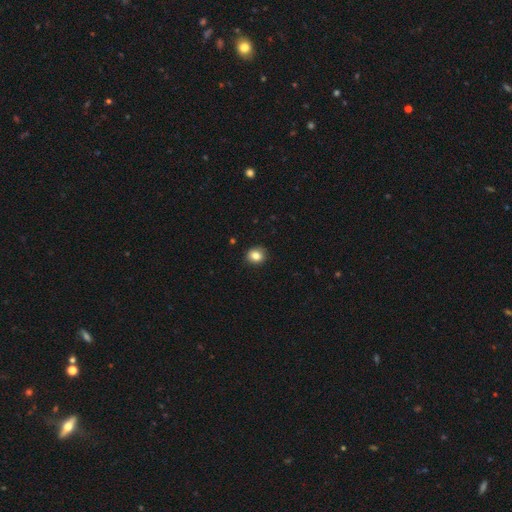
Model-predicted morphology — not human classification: smooth-or-featured: smooth: 84% | star or artifact: 10% | featured or disk: 6%
  how-rounded: round: 73% | in between: 26% | cigar-shaped: 1%
  merging: none: 89% | minor disturbance: 8% | major disturbance: 2% | merger: 1%